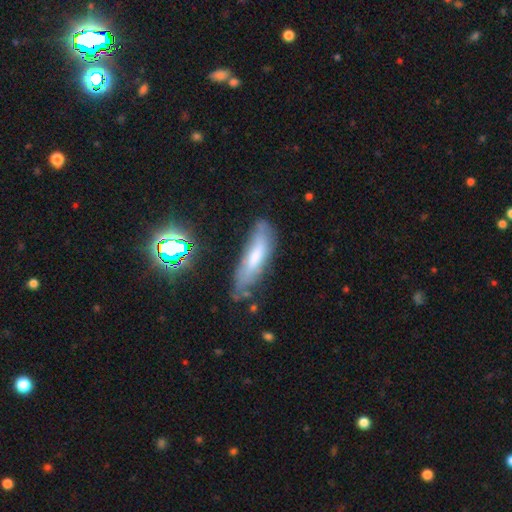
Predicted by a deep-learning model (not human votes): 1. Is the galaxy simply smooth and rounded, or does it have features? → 58% smooth, 33% featured or disk, 10% star or artifact.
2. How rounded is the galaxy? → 62% cigar-shaped, 37% in between, 2% round.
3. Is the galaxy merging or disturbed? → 63% none, 26% minor disturbance, 8% major disturbance, 4% merger.